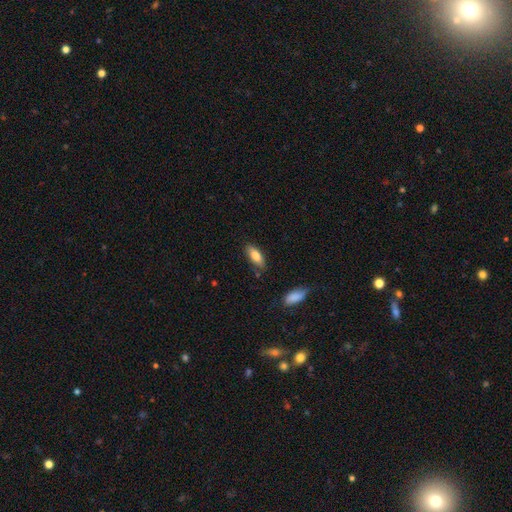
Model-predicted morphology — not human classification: smooth_or_featured: smooth (p=0.81) [alt: featured or disk p=0.13]
how_rounded: in between (p=0.75) [alt: cigar-shaped p=0.23]
merging: none (p=0.78) [alt: minor disturbance p=0.16]